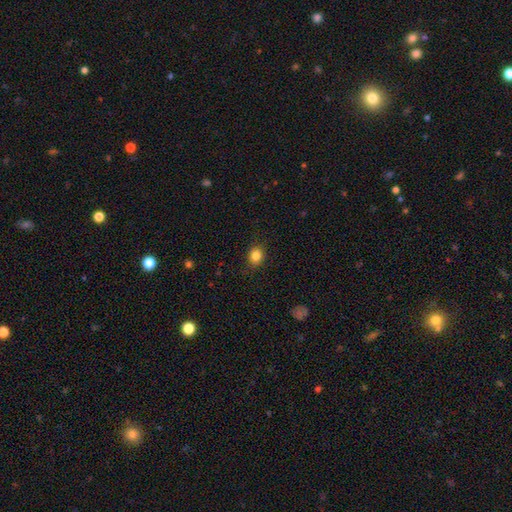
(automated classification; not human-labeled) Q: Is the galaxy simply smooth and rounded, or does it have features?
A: smooth — 84%.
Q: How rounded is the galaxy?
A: round — 65%.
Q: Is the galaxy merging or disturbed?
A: none — 84%.